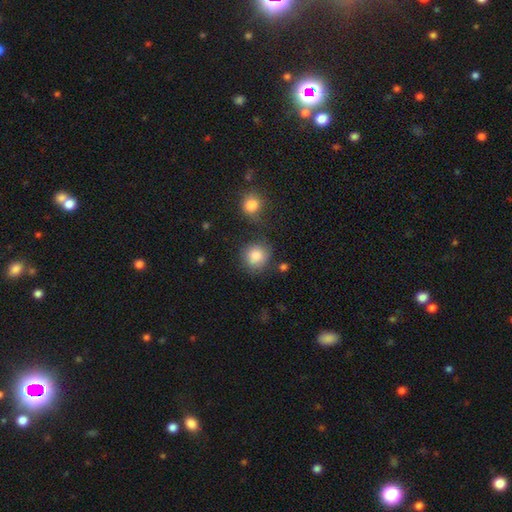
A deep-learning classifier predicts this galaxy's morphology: Smooth or featured: smooth — 85% (star or artifact — 9%)
How rounded: round — 89% (in between — 10%)
Merging: none — 74% (minor disturbance — 14%)